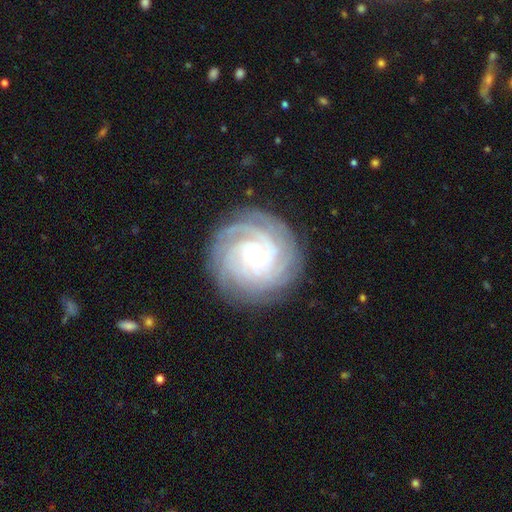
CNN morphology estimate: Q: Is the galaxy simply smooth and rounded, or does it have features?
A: featured or disk — 87%.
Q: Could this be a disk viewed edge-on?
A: no — 98%.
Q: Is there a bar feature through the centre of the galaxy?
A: no — 70%.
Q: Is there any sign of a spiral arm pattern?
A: yes — 98%.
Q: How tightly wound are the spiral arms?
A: tight — 83%.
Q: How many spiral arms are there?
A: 4 — 29%.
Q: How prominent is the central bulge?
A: small — 80%.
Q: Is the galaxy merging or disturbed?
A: none — 85%.